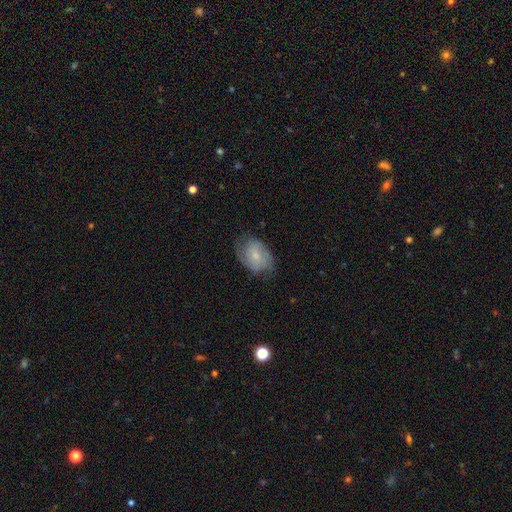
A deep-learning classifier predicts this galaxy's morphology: Smooth or featured? Predicted: featured or disk (p=0.54). Edge-on disk? Predicted: no (p=0.96). Bar? Predicted: no (p=0.59). Spiral arms? Predicted: yes (p=0.85). Bulge size? Predicted: small (p=0.57). Merging? Predicted: none (p=0.64).